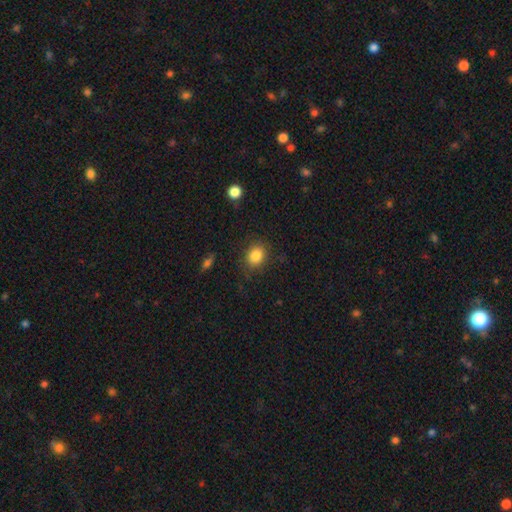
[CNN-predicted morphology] smooth_or_featured: smooth (p=0.85) [alt: star or artifact p=0.10]
how_rounded: round (p=0.56) [alt: in between p=0.43]
merging: none (p=0.82) [alt: minor disturbance p=0.13]